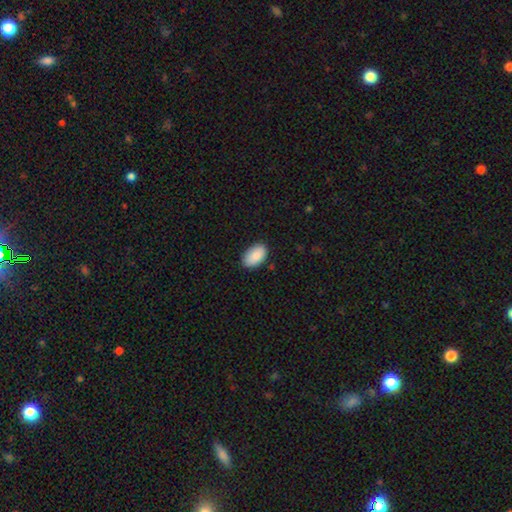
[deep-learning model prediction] The model was most divided on "merging": none: 85%, minor disturbance: 12%, major disturbance: 2%, merger: 1%. More confident: how rounded — in between (95%); smooth or featured — smooth (89%).